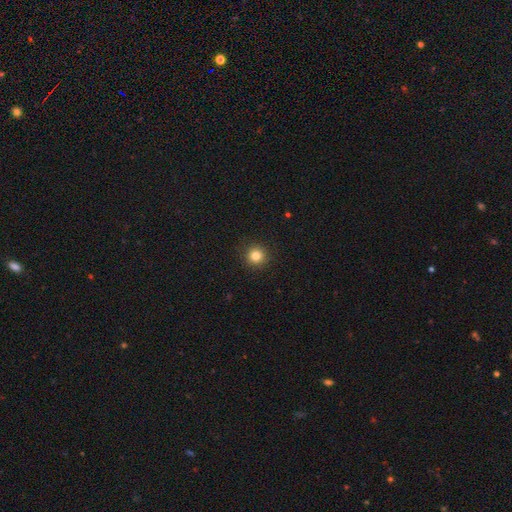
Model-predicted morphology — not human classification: type=smooth (82%); roundness=round (95%); merging=none (92%).